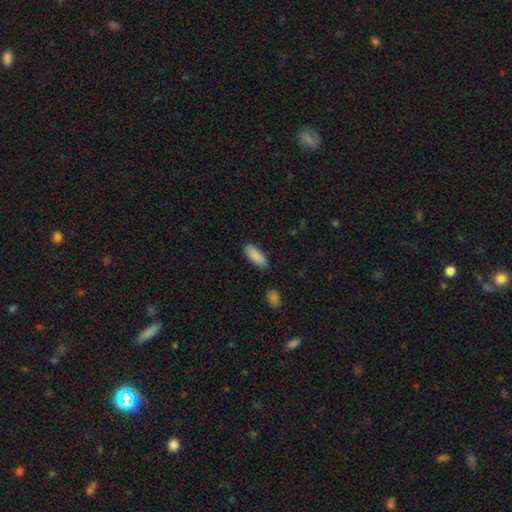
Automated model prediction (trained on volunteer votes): Smooth or featured: smooth — 88% (star or artifact — 6%)
How rounded: in between — 78% (cigar-shaped — 20%)
Merging: none — 81% (minor disturbance — 13%)